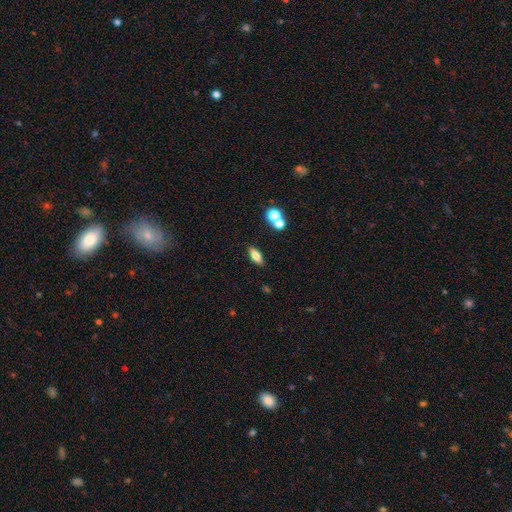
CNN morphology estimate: A smooth galaxy with no disk features (72%) that is in between round and cigar-shaped (76%). Merging: none (84%).